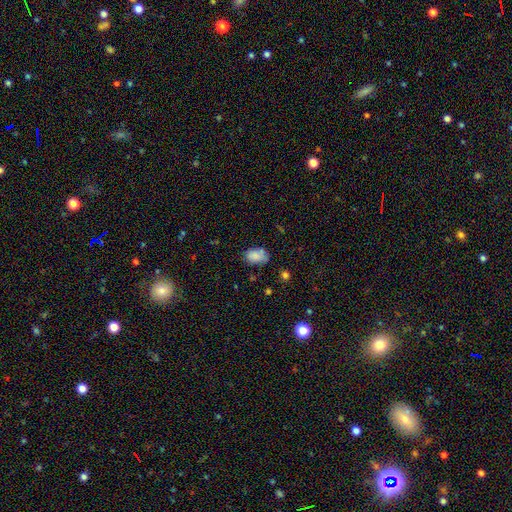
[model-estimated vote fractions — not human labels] A smooth galaxy with no disk features (80%) that is in between round and cigar-shaped (84%).

Vote fractions:
- Smooth or featured? smooth: 80% / featured or disk: 10% / star or artifact: 9%
- How rounded? in between: 84% / round: 14% / cigar-shaped: 1%
- Merging? none: 60% / minor disturbance: 27% / major disturbance: 7% / merger: 6%